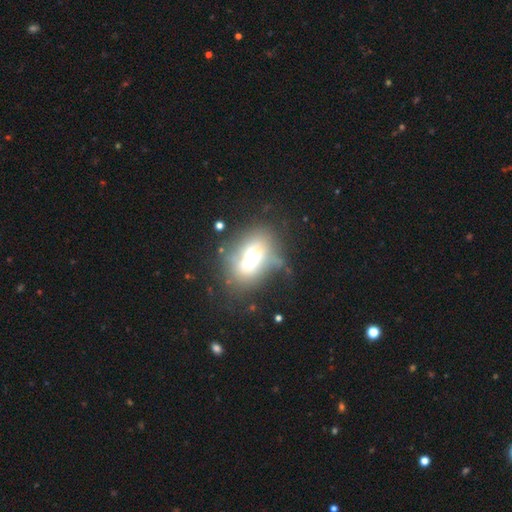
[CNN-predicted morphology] Q: Smooth or featured?
A: smooth (50%); runner-up: featured or disk (37%)
Q: How rounded?
A: in between (76%); runner-up: round (22%)
Q: Merging?
A: none (49%); runner-up: minor disturbance (25%)